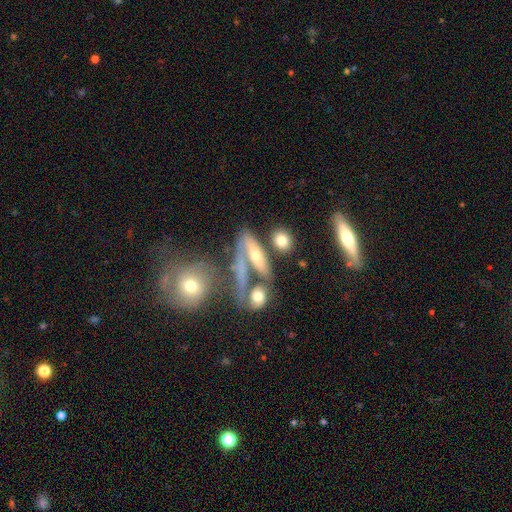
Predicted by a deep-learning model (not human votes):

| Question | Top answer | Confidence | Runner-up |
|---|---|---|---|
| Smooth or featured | smooth | 48% | featured or disk (41%) |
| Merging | none | 45% | merger (29%) |